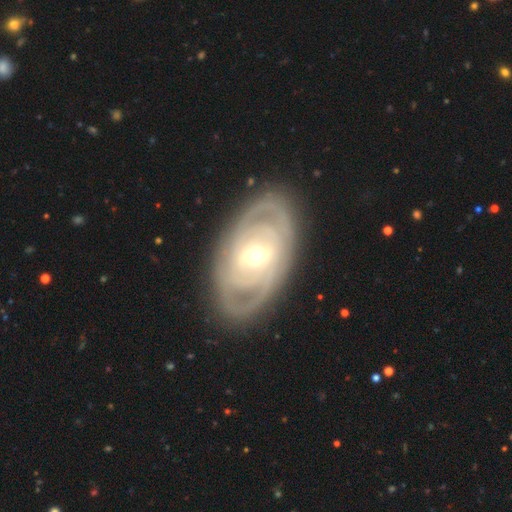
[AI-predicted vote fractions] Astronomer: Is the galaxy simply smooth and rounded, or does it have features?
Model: featured or disk — 81%.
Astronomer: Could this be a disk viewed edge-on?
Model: no — 93%.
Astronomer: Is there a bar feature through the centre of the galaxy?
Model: no — 47% (runner-up: weak, 35%).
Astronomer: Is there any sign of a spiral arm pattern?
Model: yes — 80%.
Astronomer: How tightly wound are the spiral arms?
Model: tight — 70%.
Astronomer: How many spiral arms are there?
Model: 2 — 39% (runner-up: can't tell, 37%).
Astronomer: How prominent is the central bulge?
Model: moderate — 50% (runner-up: small, 44%).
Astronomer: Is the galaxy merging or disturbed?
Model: none — 82%.